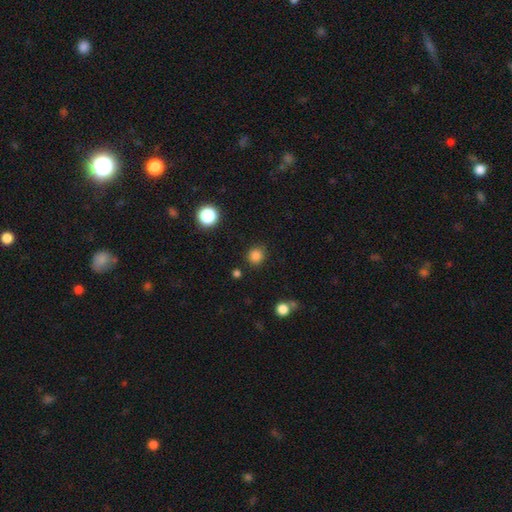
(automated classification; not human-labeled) This appears to be a smooth galaxy with no disk features (83%) that is round (87%). Merging: none (85%).